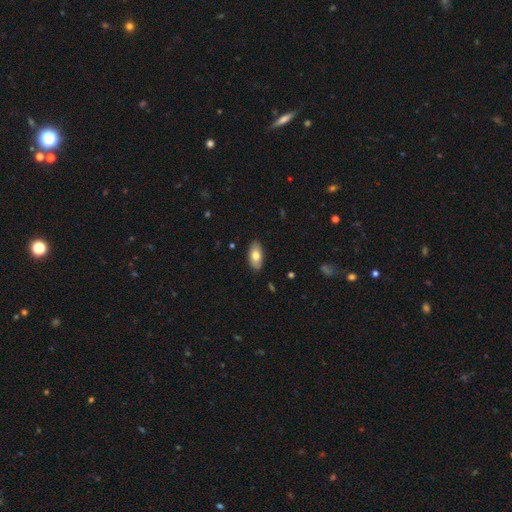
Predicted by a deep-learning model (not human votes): smooth_or_featured: smooth (p=0.76) [alt: featured or disk p=0.18]
how_rounded: in between (p=0.92) [alt: cigar-shaped p=0.05]
merging: none (p=0.88) [alt: minor disturbance p=0.10]